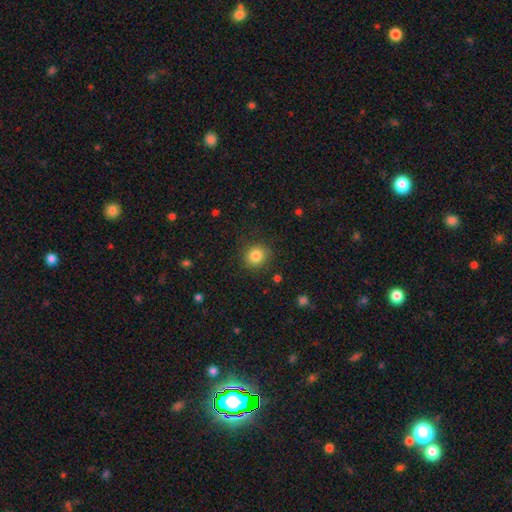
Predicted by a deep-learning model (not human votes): Morphology: type=smooth (84%); roundness=round (83%); merging=none (86%).